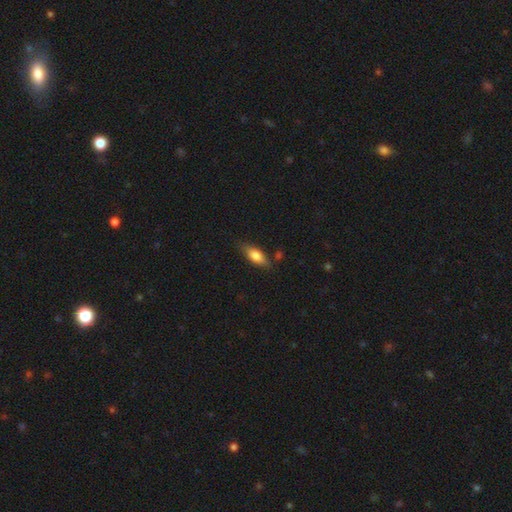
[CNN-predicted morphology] Q: Smooth or featured?
A: smooth (75%); runner-up: featured or disk (18%)
Q: How rounded?
A: in between (76%); runner-up: cigar-shaped (21%)
Q: Merging?
A: none (76%); runner-up: minor disturbance (18%)